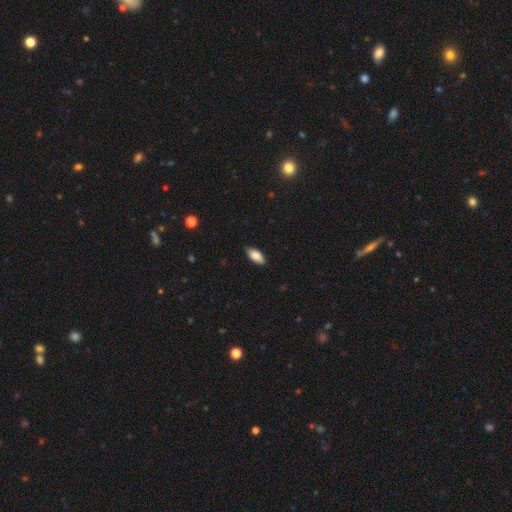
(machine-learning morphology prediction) smooth 85%, featured or disk 9%, star or artifact 6%. Down the decision tree: how rounded — in between (90%); merging — none (85%).